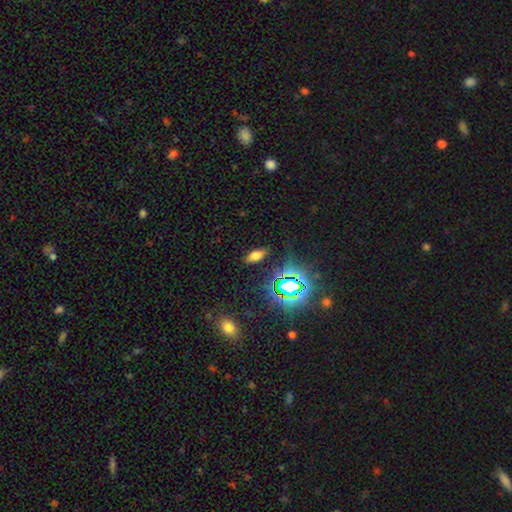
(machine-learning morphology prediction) smooth_or_featured: smooth (p=0.63) [alt: star or artifact p=0.29]
how_rounded: in between (p=0.86) [alt: cigar-shaped p=0.10]
merging: none (p=0.86) [alt: minor disturbance p=0.09]